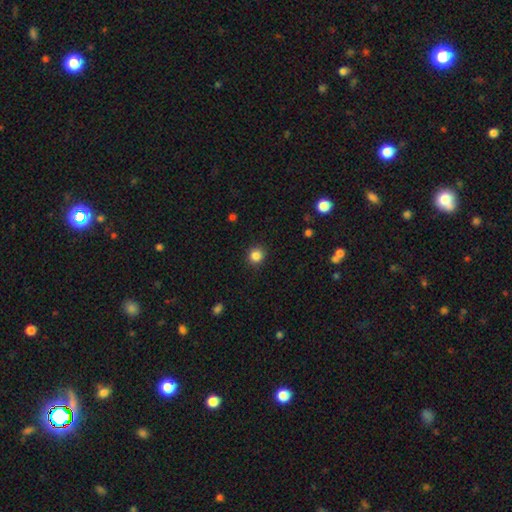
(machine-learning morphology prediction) Q: Smooth or featured?
A: smooth (85%); runner-up: star or artifact (11%)
Q: How rounded?
A: round (91%); runner-up: in between (8%)
Q: Merging?
A: none (91%); runner-up: minor disturbance (6%)